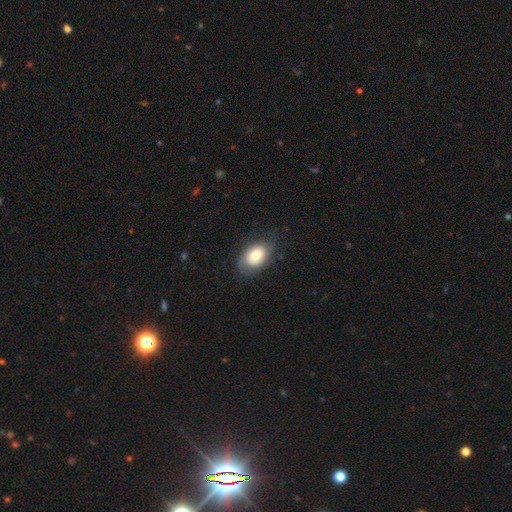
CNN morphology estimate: A smooth galaxy with no disk features (71%) that is in between round and cigar-shaped (80%).

Vote fractions:
- Smooth or featured? smooth: 71% / featured or disk: 21% / star or artifact: 8%
- How rounded? in between: 80% / round: 19% / cigar-shaped: 1%
- Merging? none: 68% / minor disturbance: 23% / major disturbance: 8% / merger: 1%